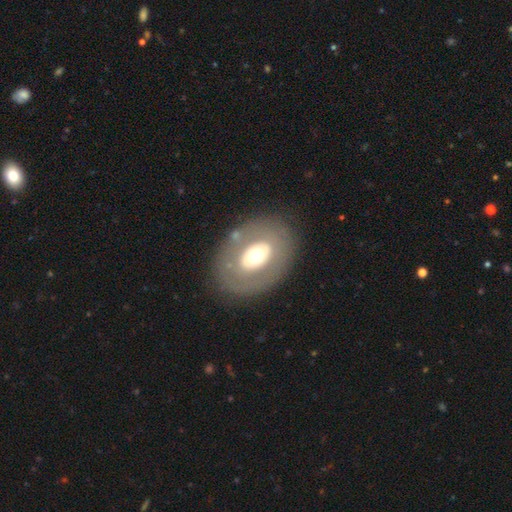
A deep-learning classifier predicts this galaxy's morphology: smooth-or-featured: featured or disk: 47% | smooth: 46% | star or artifact: 7%
  merging: none: 80% | minor disturbance: 11% | major disturbance: 8% | merger: 2%